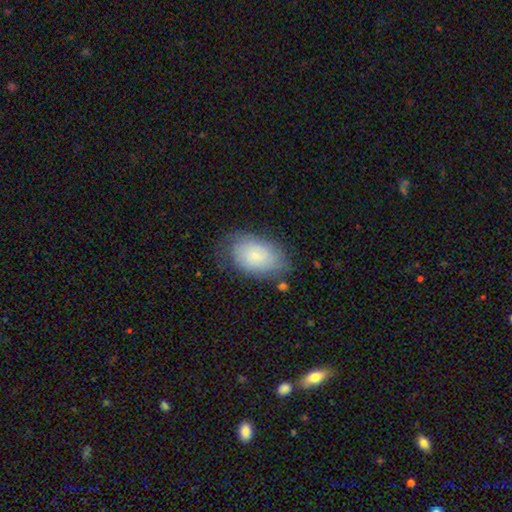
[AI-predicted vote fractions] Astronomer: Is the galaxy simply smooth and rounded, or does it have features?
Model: smooth — 66%.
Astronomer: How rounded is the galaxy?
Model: in between — 89%.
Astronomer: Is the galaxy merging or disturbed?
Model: none — 64%.